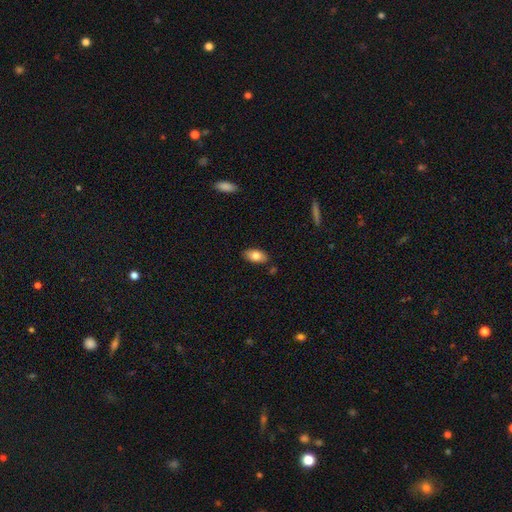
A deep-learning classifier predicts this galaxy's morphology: smooth 80%, featured or disk 13%, star or artifact 7%. Down the decision tree: how rounded — in between (92%); merging — none (85%).